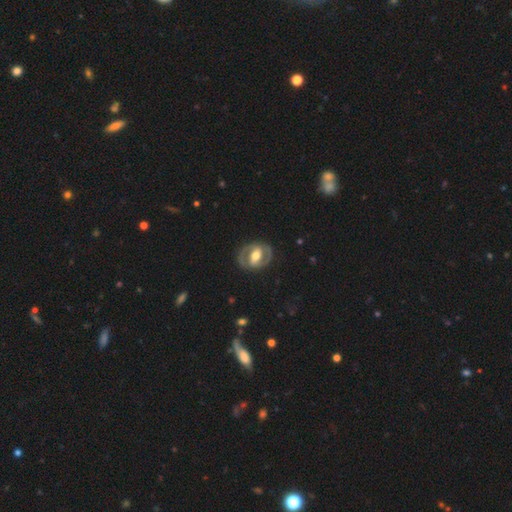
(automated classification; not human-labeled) This appears to be a featured or disk galaxy (81%) with a strong bar (42%), 2 (89%) medium (48%) spiral arms (80%) and a moderate central bulge (72%). Merging: none (83%).